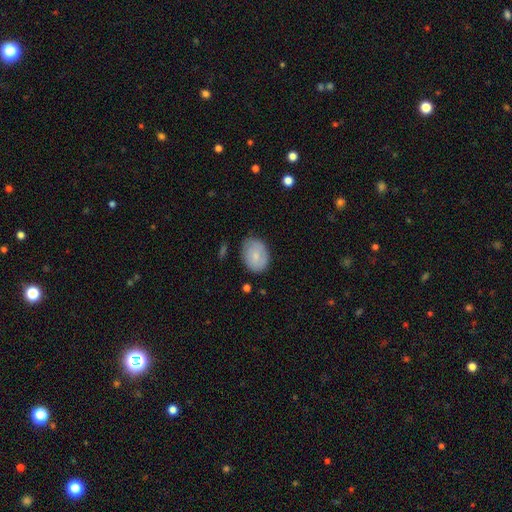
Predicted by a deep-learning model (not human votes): This appears to be a smooth galaxy with no disk features (73%) that is in between round and cigar-shaped (72%). Merging: none (75%).